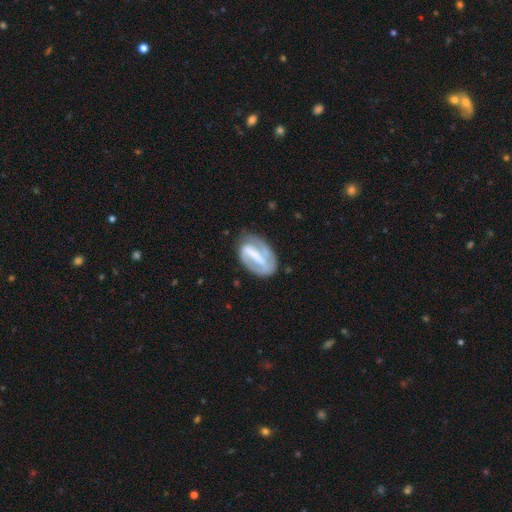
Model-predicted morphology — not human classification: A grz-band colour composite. It shows a featured or disk galaxy (74%) with a strong bar (73%), 2 (58%) tight (52%) spiral arms (75%) and no central bulge (36%). Merging: none (62%).